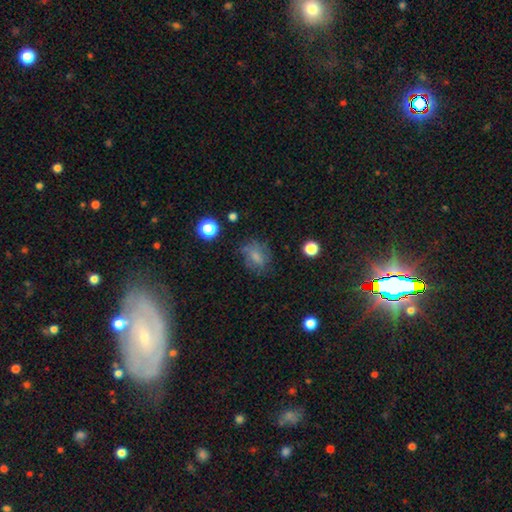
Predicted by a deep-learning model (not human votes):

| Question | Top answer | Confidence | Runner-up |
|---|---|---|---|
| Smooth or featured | smooth | 62% | featured or disk (24%) |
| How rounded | in between | 56% | round (43%) |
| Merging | none | 60% | minor disturbance (23%) |